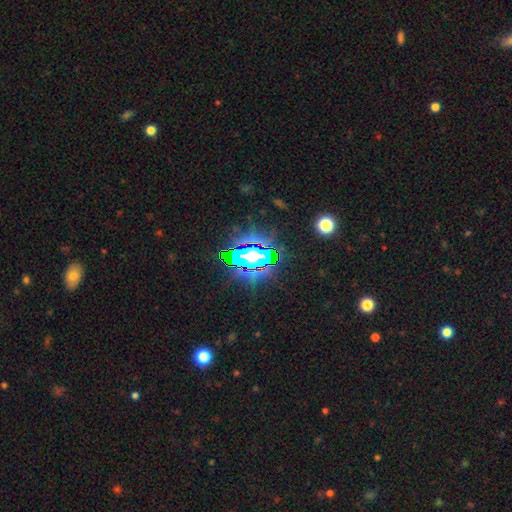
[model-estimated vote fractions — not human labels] A star or artifact, not a galaxy (71%).

Vote fractions:
- Smooth or featured? star or artifact: 71% / smooth: 16% / featured or disk: 13%